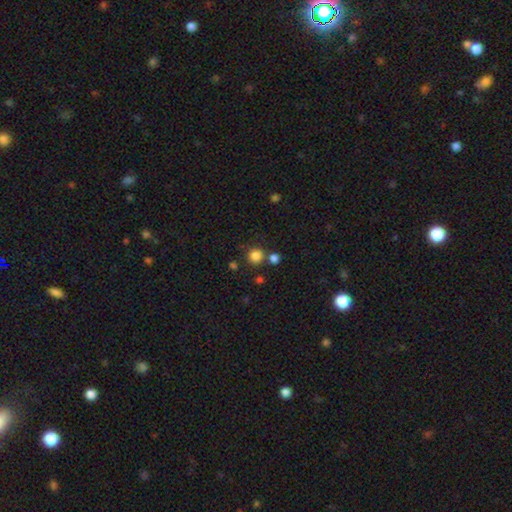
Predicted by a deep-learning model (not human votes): Smooth or featured? smooth (82%)
How rounded? round (93%)
Merging? none (76%)